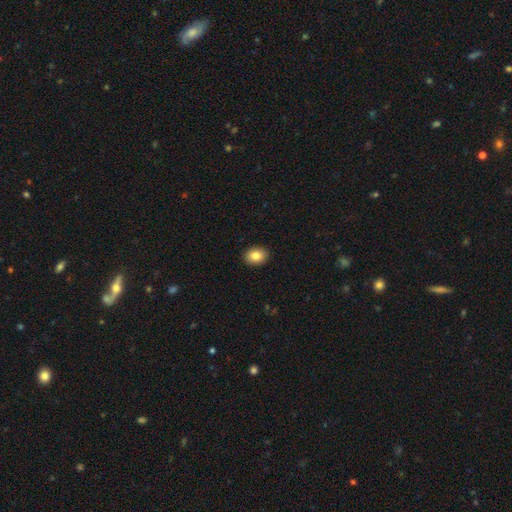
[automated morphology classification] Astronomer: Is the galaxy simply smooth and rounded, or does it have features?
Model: smooth — 85%.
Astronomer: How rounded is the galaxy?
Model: in between — 66%.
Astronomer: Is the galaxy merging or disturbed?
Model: none — 91%.